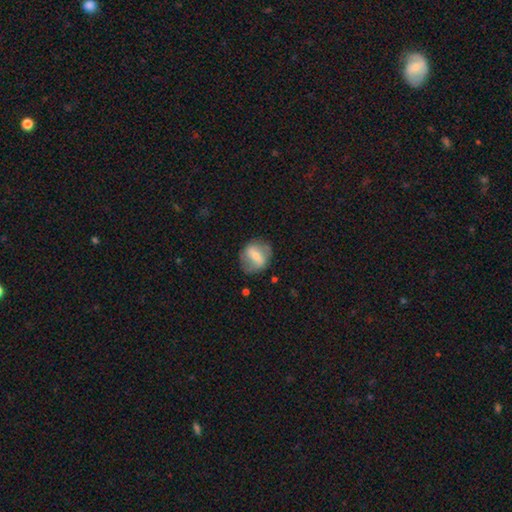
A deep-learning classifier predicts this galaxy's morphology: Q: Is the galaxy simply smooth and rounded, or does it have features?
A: featured or disk — 52%.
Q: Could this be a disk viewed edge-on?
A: no — 92%.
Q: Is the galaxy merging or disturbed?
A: none — 72%.